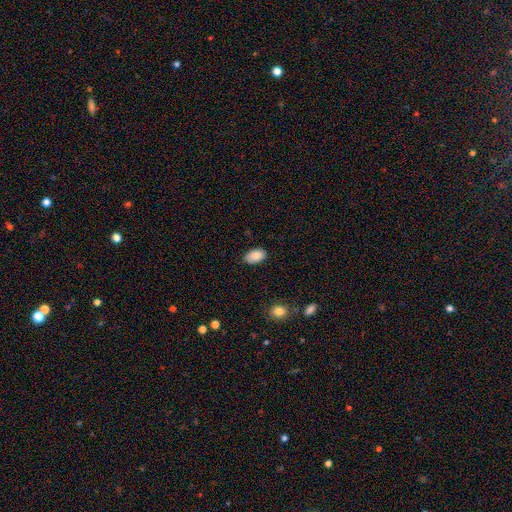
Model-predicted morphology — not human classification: smooth-or-featured: smooth: 87% | star or artifact: 7% | featured or disk: 6%
  how-rounded: in between: 93% | round: 6% | cigar-shaped: 1%
  merging: none: 83% | minor disturbance: 13% | major disturbance: 2% | merger: 1%